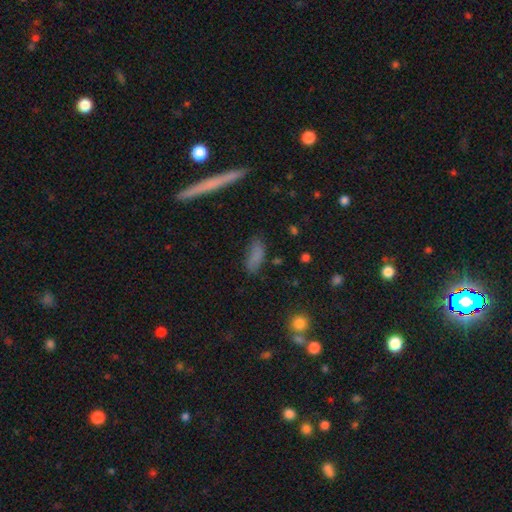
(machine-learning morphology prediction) The model was most divided on "how rounded": in between: 71%, cigar-shaped: 26%, round: 4%. More confident: smooth or featured — smooth (77%); merging — none (68%).